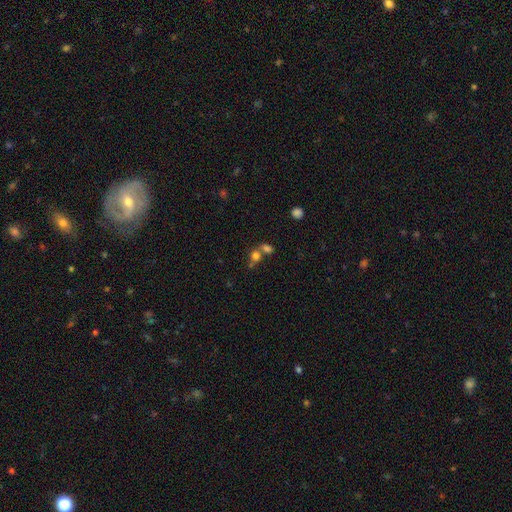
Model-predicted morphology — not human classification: Smooth or featured: smooth — 73% (star or artifact — 16%)
How rounded: round — 63% (in between — 35%)
Merging: merger — 48% (none — 39%)